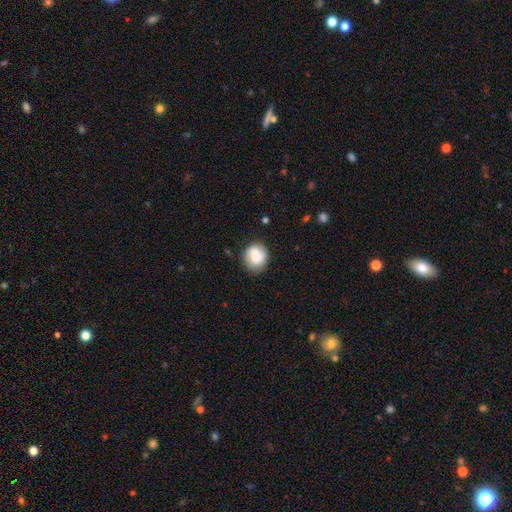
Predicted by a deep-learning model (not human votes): Smooth or featured? Predicted: smooth (p=0.54). How rounded? Predicted: round (p=0.74). Merging? Predicted: none (p=0.76).